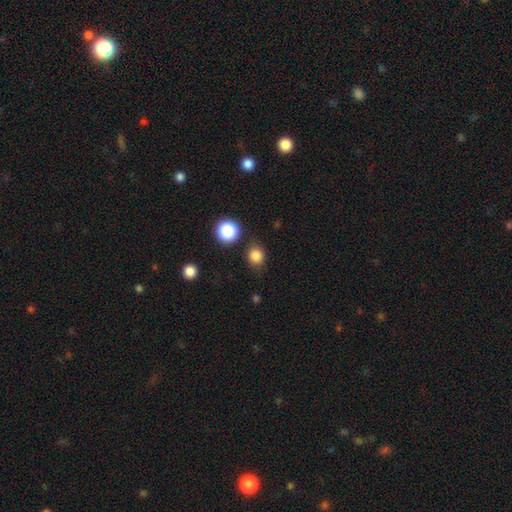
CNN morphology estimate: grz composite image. It shows a smooth galaxy with no disk features (83%) that is round (77%). Merging: none (81%).